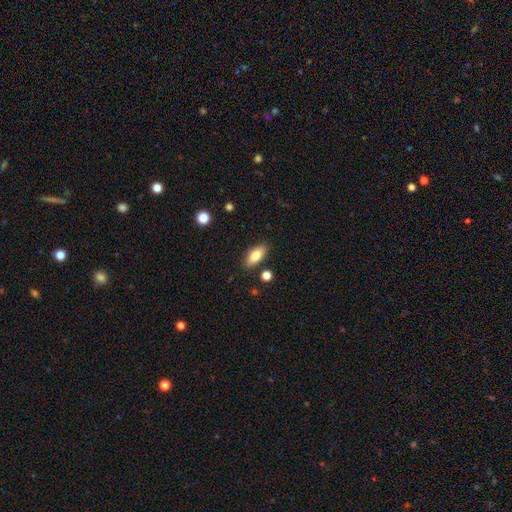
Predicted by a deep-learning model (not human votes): Smooth or featured?
  - smooth: 78% *
  - featured or disk: 15%
  - star or artifact: 7%
How rounded?
  - in between: 82% *
  - cigar-shaped: 15%
  - round: 3%
Merging?
  - none: 84% *
  - minor disturbance: 10%
  - merger: 3%
  - major disturbance: 2%